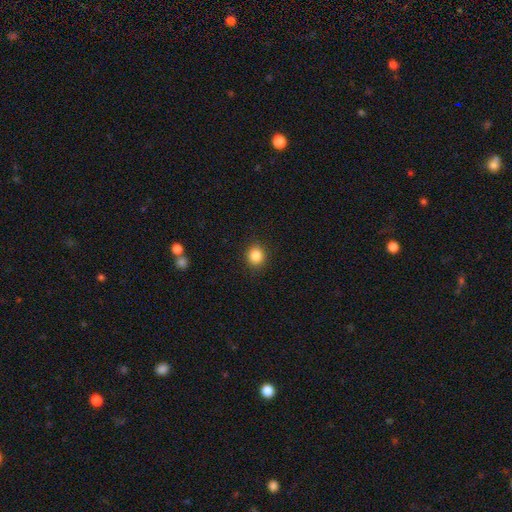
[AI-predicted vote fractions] smooth_or_featured: smooth (p=0.86) [alt: star or artifact p=0.10]
how_rounded: round (p=0.84) [alt: in between p=0.15]
merging: none (p=0.91) [alt: minor disturbance p=0.06]